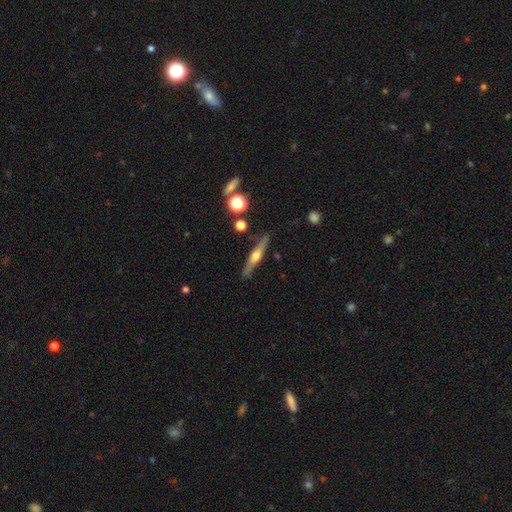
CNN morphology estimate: Smooth or featured? featured or disk (64%)
Edge-on disk? yes (95%)
Edge-on bulge? rounded (89%)
Merging? none (85%)